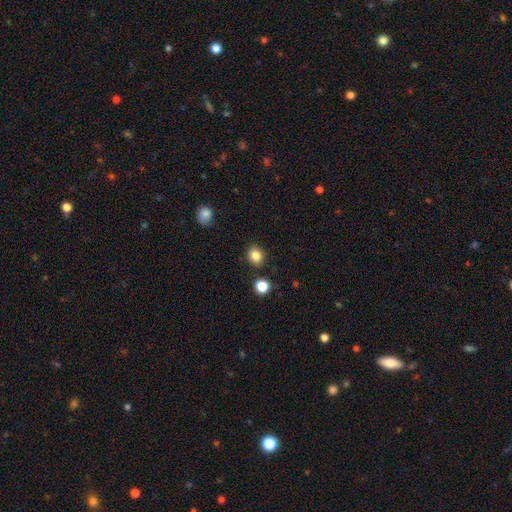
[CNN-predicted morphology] Overall: smooth (84%). How rounded: round (64%; in between 35%). Merging: none (87%).